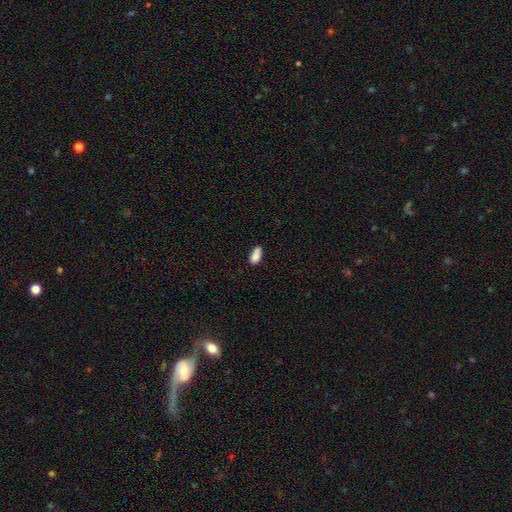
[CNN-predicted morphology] Overall: smooth (85%). How rounded: in between (88%). Merging: none (66%).